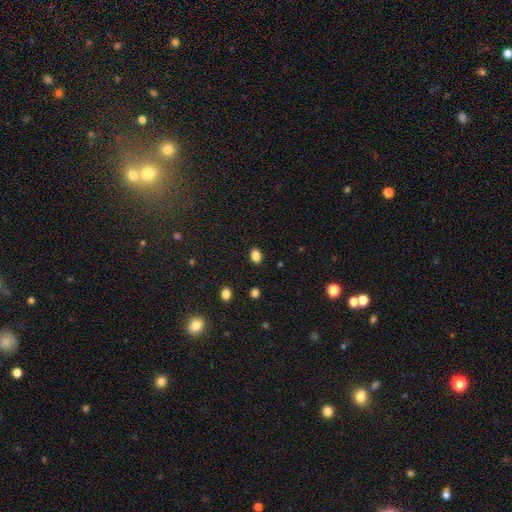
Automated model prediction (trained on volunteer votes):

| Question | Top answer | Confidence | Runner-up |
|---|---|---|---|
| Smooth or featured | smooth | 85% | star or artifact (11%) |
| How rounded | in between | 73% | round (26%) |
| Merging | none | 88% | minor disturbance (9%) |